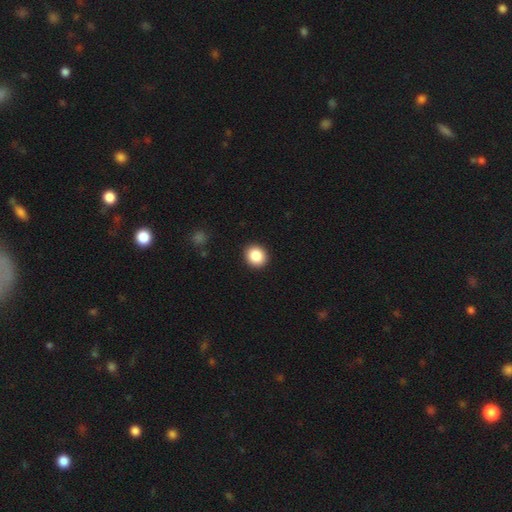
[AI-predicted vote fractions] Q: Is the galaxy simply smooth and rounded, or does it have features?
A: smooth — 87%.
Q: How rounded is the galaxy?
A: round — 77%.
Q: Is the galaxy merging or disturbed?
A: none — 92%.